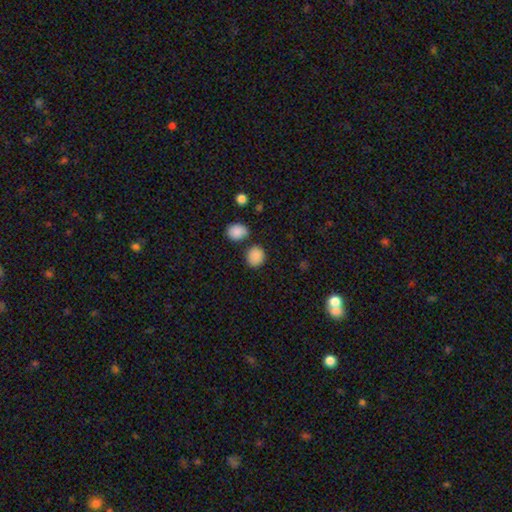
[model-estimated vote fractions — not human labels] smooth_or_featured: smooth (p=0.87) [alt: star or artifact p=0.09]
how_rounded: round (p=0.72) [alt: in between p=0.27]
merging: none (p=0.74) [alt: minor disturbance p=0.13]